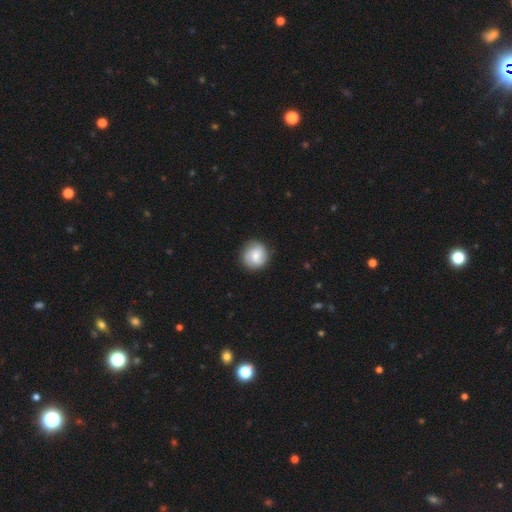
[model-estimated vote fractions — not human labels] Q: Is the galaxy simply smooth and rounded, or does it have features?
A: smooth — 62%.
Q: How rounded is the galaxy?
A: round — 92%.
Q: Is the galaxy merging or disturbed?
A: none — 86%.